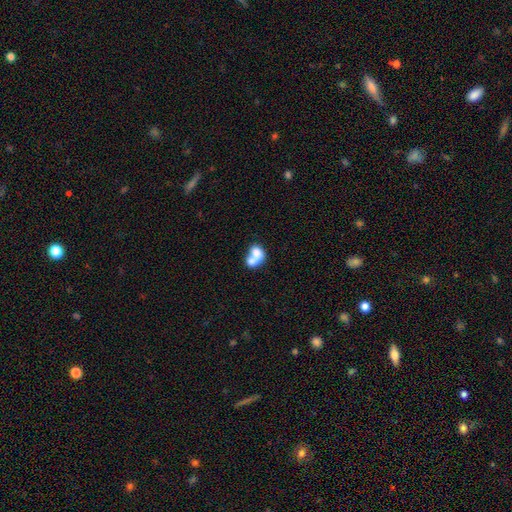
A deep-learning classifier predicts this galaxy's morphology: This is likely a smooth galaxy (69%). How rounded: likely in between (69%). Merging: likely merger (70%).